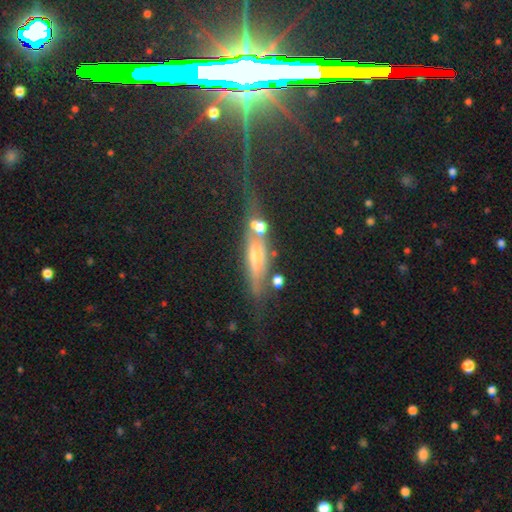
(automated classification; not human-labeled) Smooth or featured?
  - featured or disk: 49% *
  - smooth: 30%
  - star or artifact: 21%
Merging?
  - none: 54% *
  - minor disturbance: 20%
  - major disturbance: 14%
  - merger: 13%